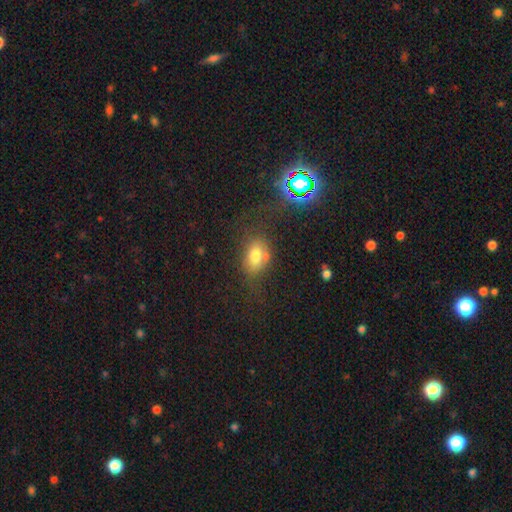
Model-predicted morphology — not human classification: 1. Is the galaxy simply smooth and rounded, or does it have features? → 72% smooth, 15% featured or disk, 13% star or artifact.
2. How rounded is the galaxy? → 75% in between, 23% round, 2% cigar-shaped.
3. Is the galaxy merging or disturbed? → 57% none, 22% minor disturbance, 13% major disturbance, 9% merger.